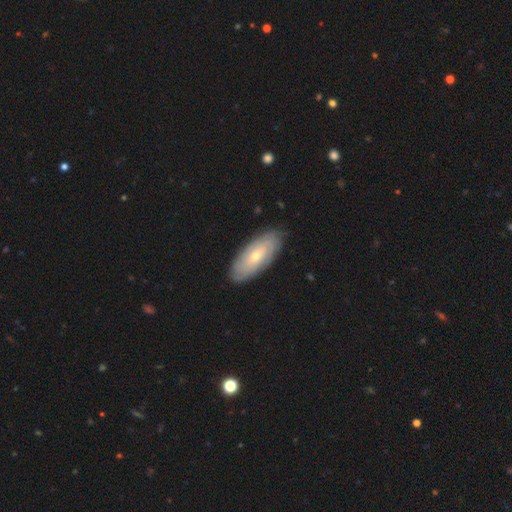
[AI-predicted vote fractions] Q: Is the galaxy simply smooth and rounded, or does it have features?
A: featured or disk — 52%.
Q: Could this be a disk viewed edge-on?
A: no — 83%.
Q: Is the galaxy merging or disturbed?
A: none — 87%.